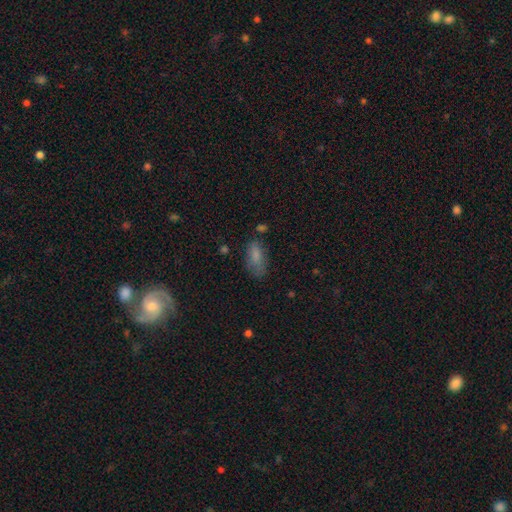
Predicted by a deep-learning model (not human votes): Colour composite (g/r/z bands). It shows a smooth galaxy with no disk features (78%) that is in between round and cigar-shaped (86%). Merging: none (59%).